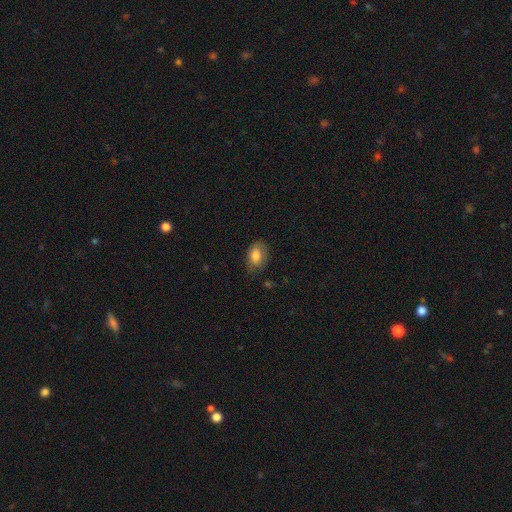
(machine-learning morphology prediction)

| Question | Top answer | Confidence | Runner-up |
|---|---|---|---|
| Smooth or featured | smooth | 79% | featured or disk (13%) |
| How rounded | in between | 86% | round (13%) |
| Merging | none | 72% | minor disturbance (22%) |